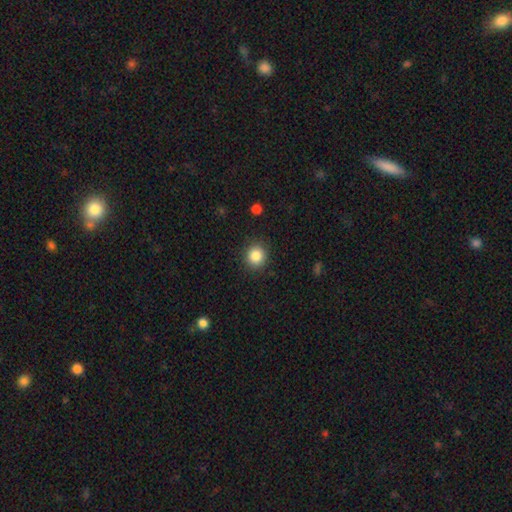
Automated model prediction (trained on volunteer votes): Smooth or featured? Predicted: smooth (p=0.85). How rounded? Predicted: round (p=0.88). Merging? Predicted: none (p=0.90).